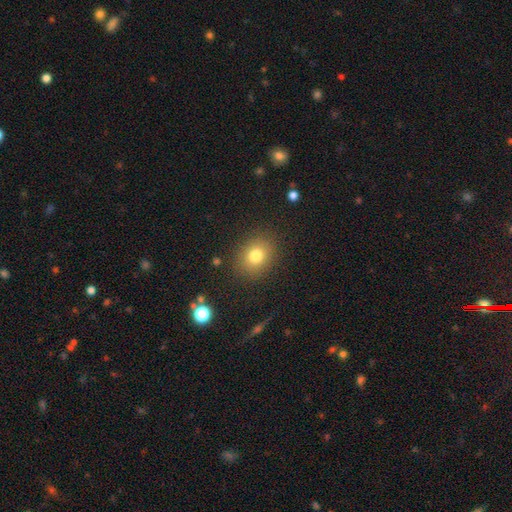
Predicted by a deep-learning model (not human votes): This appears to be a smooth galaxy with no disk features (78%) that is round (55%). Merging: none (86%).